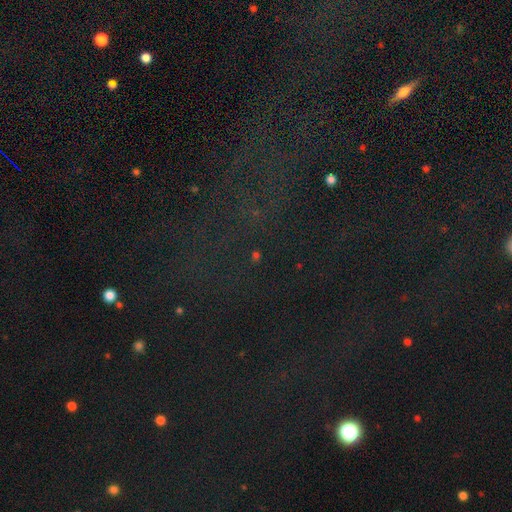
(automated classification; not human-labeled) star or artifact 75%, smooth 16%, featured or disk 9%.